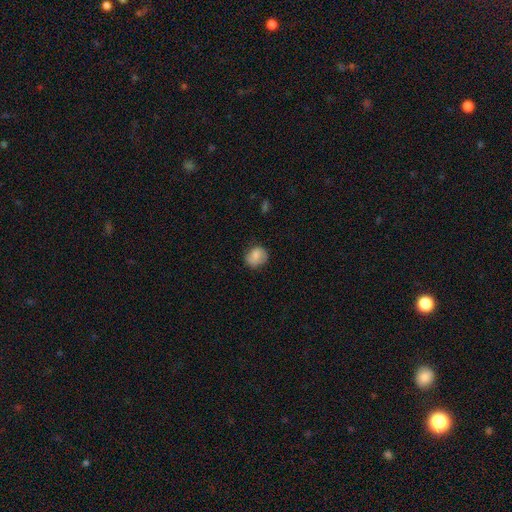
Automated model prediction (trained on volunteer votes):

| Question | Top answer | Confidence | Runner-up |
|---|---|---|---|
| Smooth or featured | smooth | 78% | featured or disk (14%) |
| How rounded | round | 73% | in between (26%) |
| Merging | none | 71% | minor disturbance (22%) |